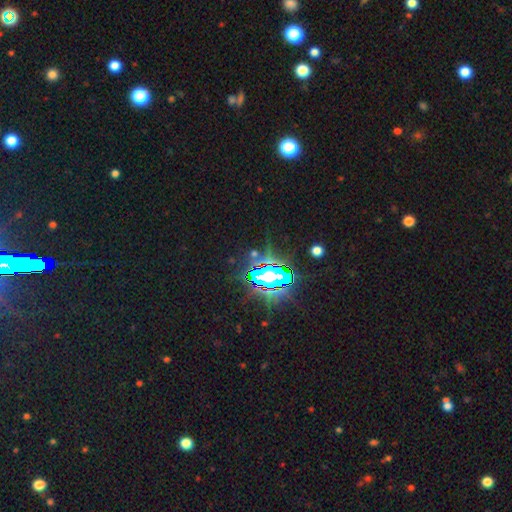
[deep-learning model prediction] smooth_or_featured: star or artifact (p=0.77) [alt: smooth p=0.13]